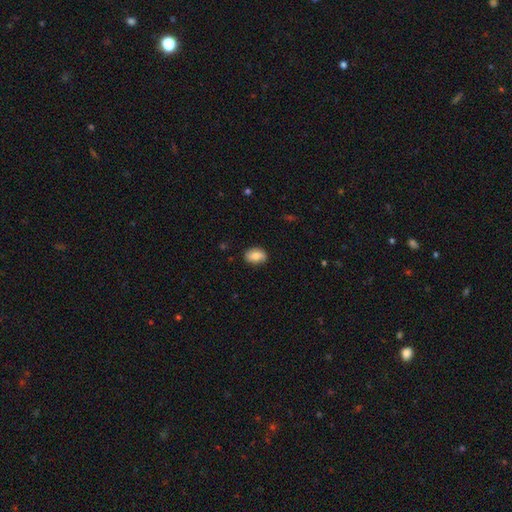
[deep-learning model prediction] Smooth or featured? smooth (80%)
How rounded? in between (85%)
Merging? none (85%)